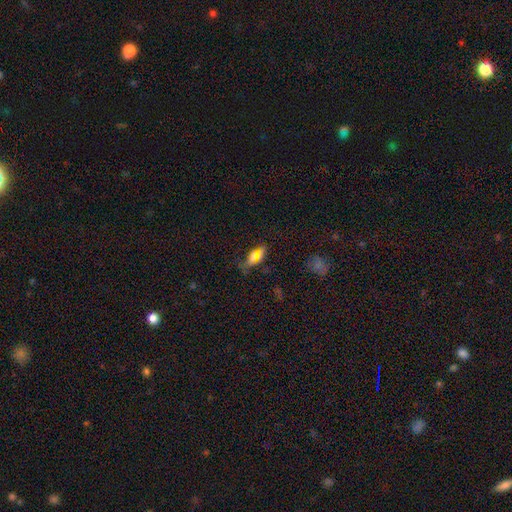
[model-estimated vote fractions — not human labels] This appears to be a smooth galaxy with no disk features (50%). Merging: none (62%).